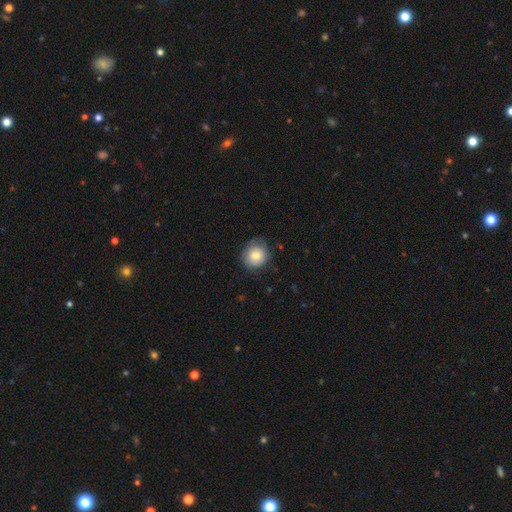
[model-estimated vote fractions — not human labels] The model was most divided on "merging": none: 76%, minor disturbance: 19%, major disturbance: 4%, merger: 1%. More confident: how rounded — round (87%); smooth or featured — smooth (80%).